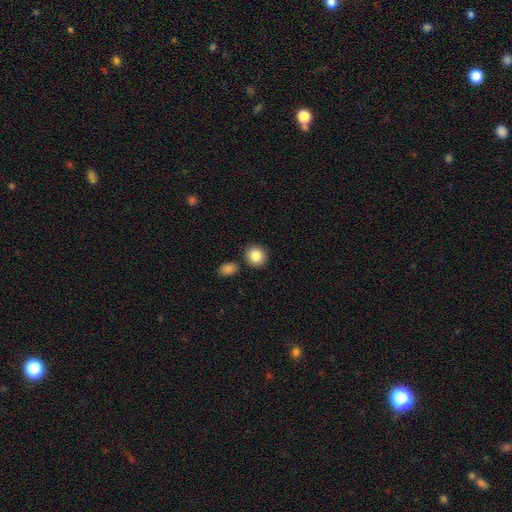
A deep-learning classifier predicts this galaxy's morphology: smooth-or-featured: smooth: 86% | star or artifact: 8% | featured or disk: 6%
  how-rounded: round: 80% | in between: 19% | cigar-shaped: 1%
  merging: none: 83% | minor disturbance: 8% | merger: 6% | major disturbance: 2%